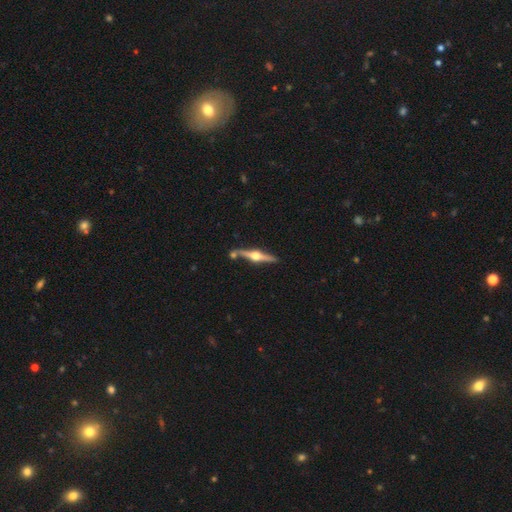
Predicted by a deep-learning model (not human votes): Overall: featured or disk (83%). Edge-on disk: yes (98%). Edge-on bulge: rounded (97%). Merging: none (80%).